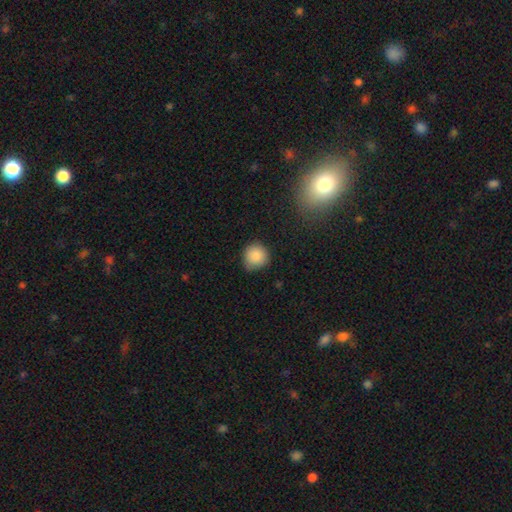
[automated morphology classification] smooth_or_featured: smooth (p=0.87) [alt: star or artifact p=0.09]
how_rounded: round (p=0.93) [alt: in between p=0.06]
merging: none (p=0.79) [alt: minor disturbance p=0.17]